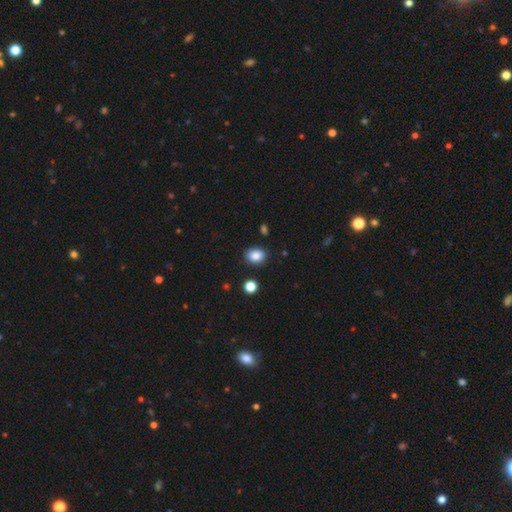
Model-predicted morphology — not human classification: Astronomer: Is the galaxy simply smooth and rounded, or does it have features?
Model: smooth — 86%.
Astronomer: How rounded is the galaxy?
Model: in between — 53% (runner-up: round, 46%).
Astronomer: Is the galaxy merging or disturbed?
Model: none — 86%.